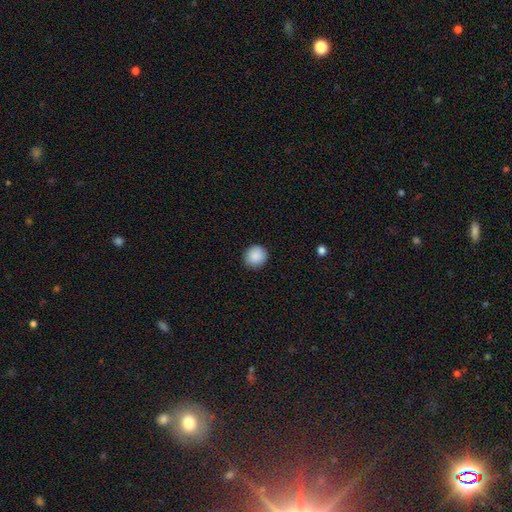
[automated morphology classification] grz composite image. It shows a smooth galaxy with no disk features (89%) that is round (92%). Merging: none (91%).